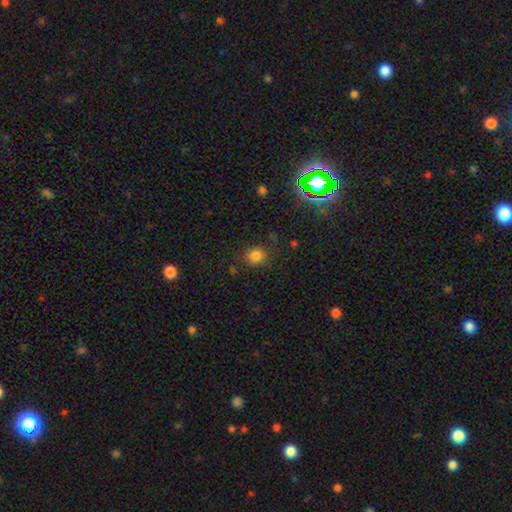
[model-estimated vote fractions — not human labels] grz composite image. It shows a smooth galaxy with no disk features (80%) that is round (81%). Merging: none (80%).